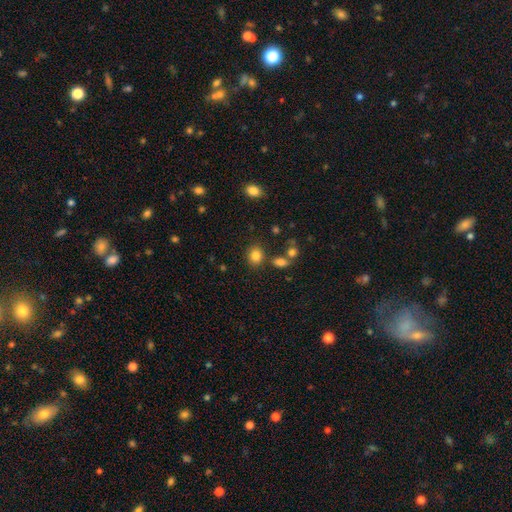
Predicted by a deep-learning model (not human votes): Smooth or featured? smooth (82%)
How rounded? round (62%)
Merging? none (78%)